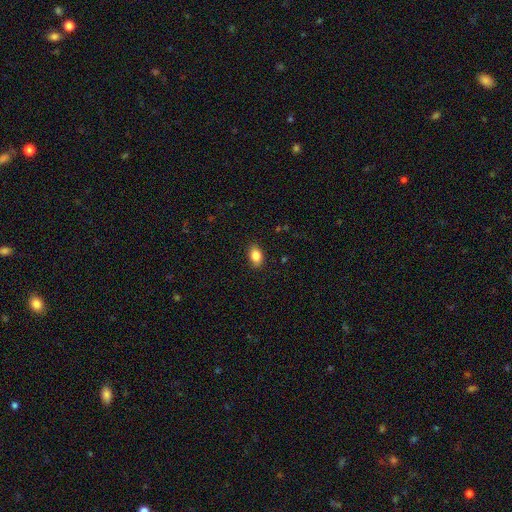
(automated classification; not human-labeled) Smooth or featured? smooth (84%)
How rounded? in between (87%)
Merging? none (87%)